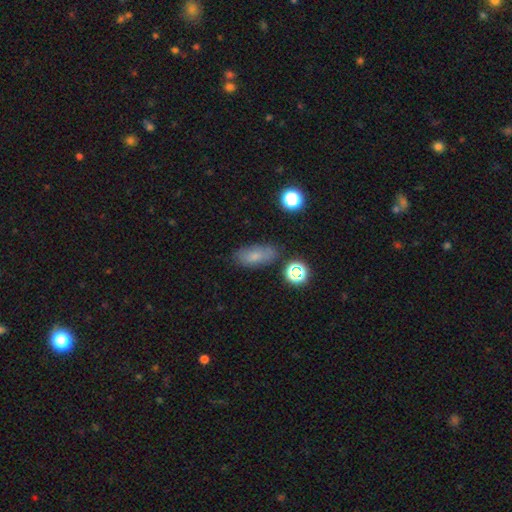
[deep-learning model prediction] A smooth galaxy with no disk features (74%) that is in between round and cigar-shaped (83%). Merging: none (77%).